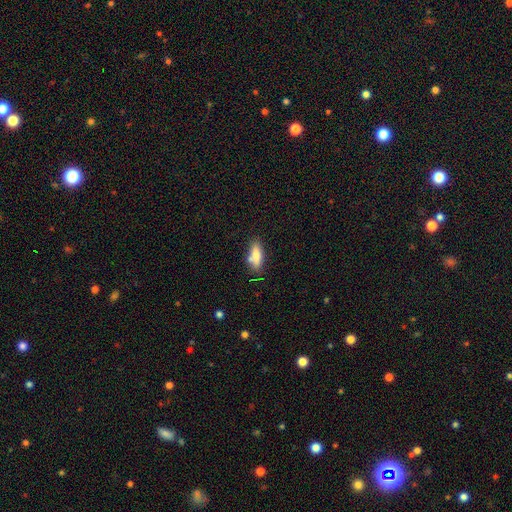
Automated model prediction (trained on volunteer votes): A smooth galaxy with no disk features (76%) that is in between round and cigar-shaped (60%). Merging: none (70%).